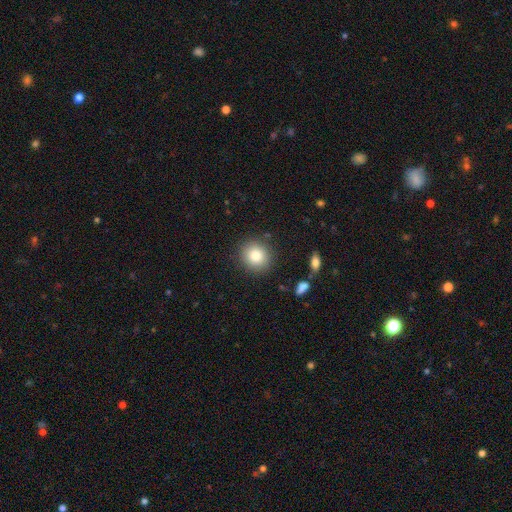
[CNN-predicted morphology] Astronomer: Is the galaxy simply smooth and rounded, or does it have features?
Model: smooth — 81%.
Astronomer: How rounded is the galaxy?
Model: round — 85%.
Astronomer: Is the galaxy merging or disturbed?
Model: none — 88%.